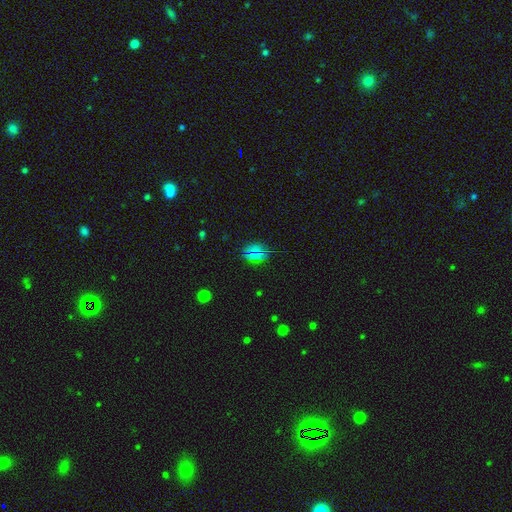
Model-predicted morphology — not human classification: Overall: smooth (66%). How rounded: in between (64%; round 33%). Merging: none (81%).